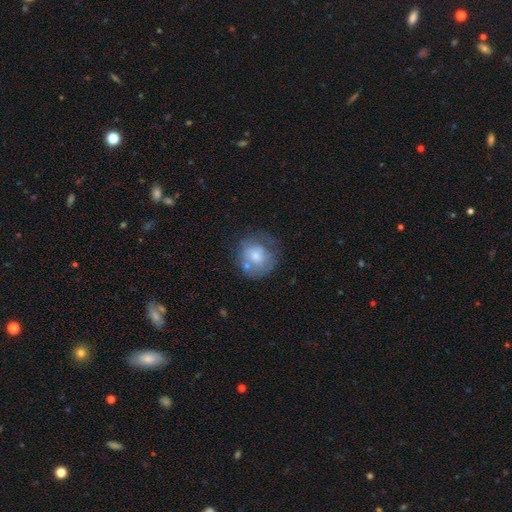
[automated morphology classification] The model was most divided on "merging": none: 49%, minor disturbance: 26%, major disturbance: 16%, merger: 10%. More confident: how rounded — round (81%); smooth or featured — smooth (59%).